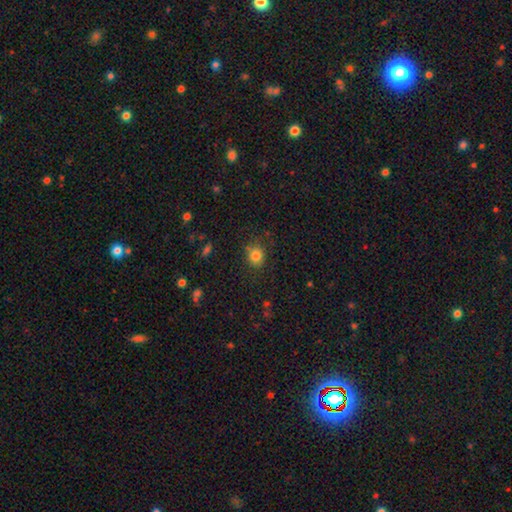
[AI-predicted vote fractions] Smooth or featured: smooth — 82% (star or artifact — 12%)
How rounded: round — 74% (in between — 25%)
Merging: none — 79% (minor disturbance — 14%)